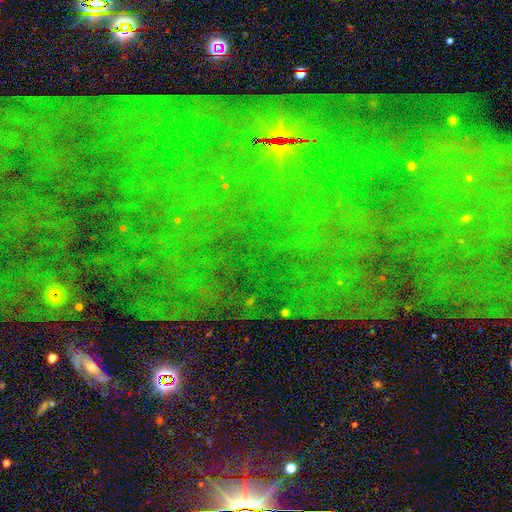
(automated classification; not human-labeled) star or artifact 77%, featured or disk 13%, smooth 10%.